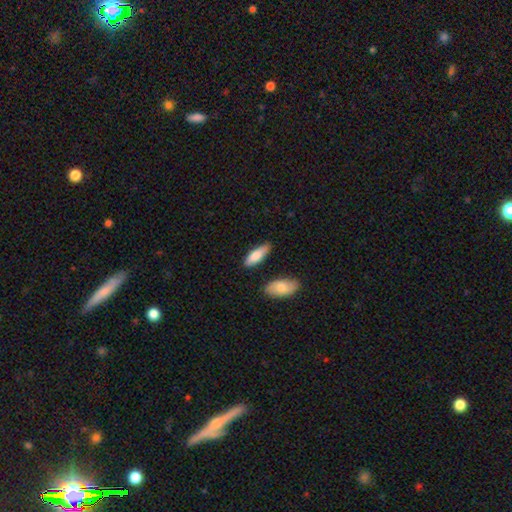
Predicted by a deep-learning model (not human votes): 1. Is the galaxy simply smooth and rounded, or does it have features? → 81% smooth, 14% featured or disk, 5% star or artifact.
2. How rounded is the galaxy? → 63% in between, 34% cigar-shaped, 2% round.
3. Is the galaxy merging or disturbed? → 79% none, 14% minor disturbance, 5% merger, 3% major disturbance.